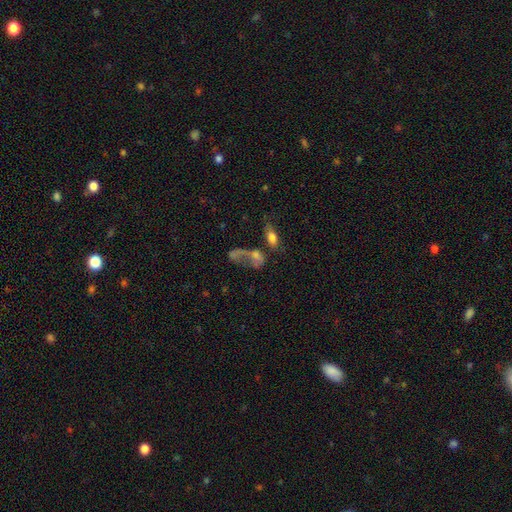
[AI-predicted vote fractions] Q: Smooth or featured?
A: smooth (51%); runner-up: featured or disk (35%)
Q: How rounded?
A: in between (76%); runner-up: round (14%)
Q: Merging?
A: merger (41%); runner-up: major disturbance (27%)